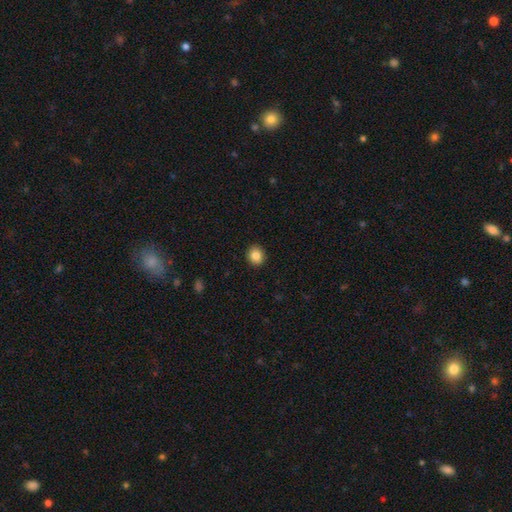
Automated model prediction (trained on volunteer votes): smooth-or-featured: smooth: 85% | star or artifact: 9% | featured or disk: 6%
  how-rounded: round: 78% | in between: 21% | cigar-shaped: 1%
  merging: none: 92% | minor disturbance: 5% | major disturbance: 2% | merger: 1%